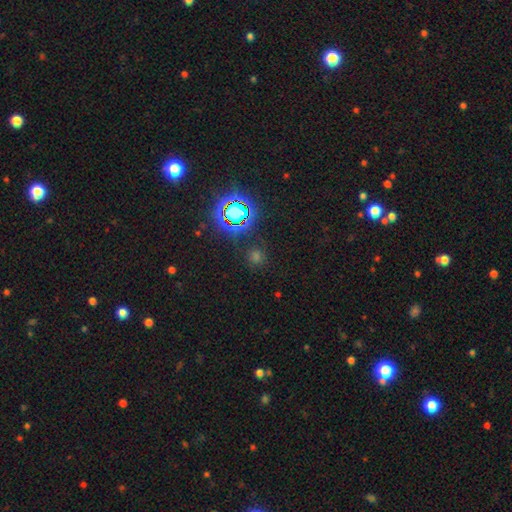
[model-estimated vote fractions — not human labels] Smooth or featured?
  - star or artifact: 52% *
  - smooth: 41%
  - featured or disk: 7%